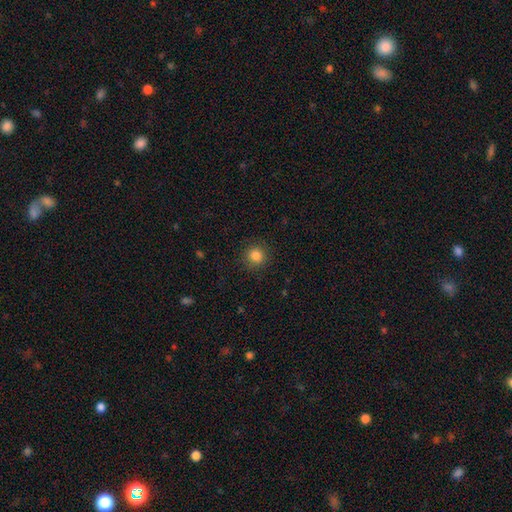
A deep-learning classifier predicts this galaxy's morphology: smooth-or-featured: smooth: 85% | star or artifact: 11% | featured or disk: 5%
  how-rounded: round: 91% | in between: 8% | cigar-shaped: 1%
  merging: none: 88% | minor disturbance: 8% | major disturbance: 3% | merger: 1%